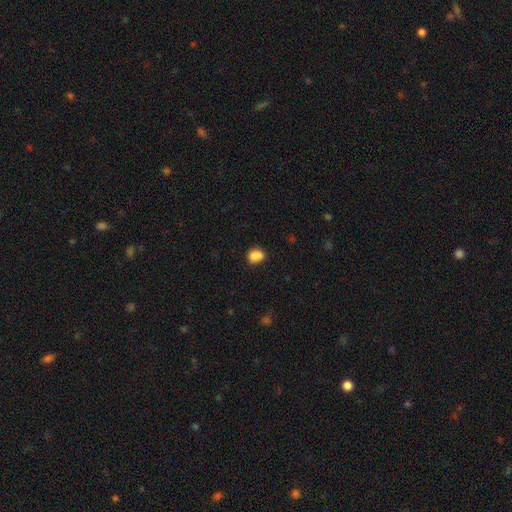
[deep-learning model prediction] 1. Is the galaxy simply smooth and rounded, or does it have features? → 84% smooth, 10% star or artifact, 6% featured or disk.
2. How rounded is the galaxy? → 54% round, 45% in between, 1% cigar-shaped.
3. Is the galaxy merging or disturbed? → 63% none, 18% minor disturbance, 15% merger, 5% major disturbance.